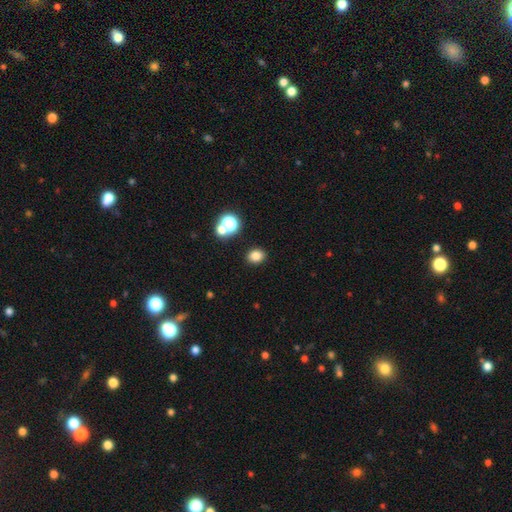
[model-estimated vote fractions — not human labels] The model was most divided on "how rounded": round: 51%, in between: 48%, cigar-shaped: 1%. More confident: merging — none (86%); smooth or featured — smooth (80%).